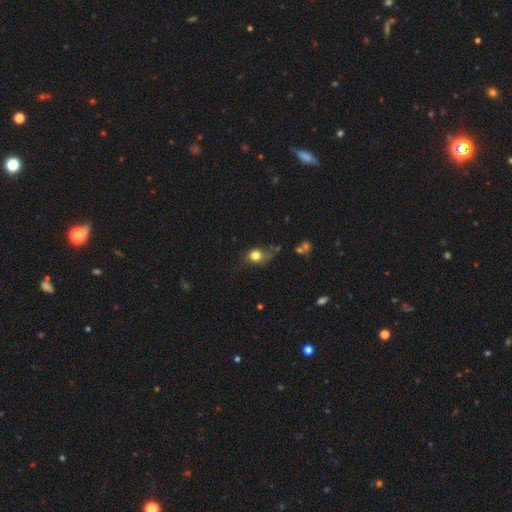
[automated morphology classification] Q: Smooth or featured?
A: smooth (77%); runner-up: featured or disk (12%)
Q: How rounded?
A: round (58%); runner-up: in between (40%)
Q: Merging?
A: none (49%); runner-up: minor disturbance (30%)